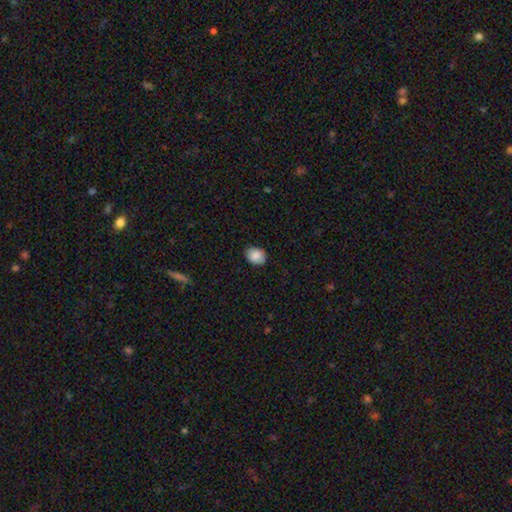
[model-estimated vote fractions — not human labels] A smooth galaxy with no disk features (86%) that is in between round and cigar-shaped (64%). Merging: none (85%).